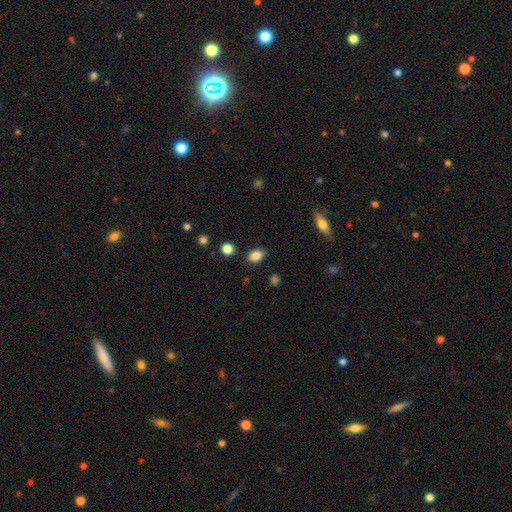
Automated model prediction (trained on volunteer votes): smooth-or-featured: smooth: 86% | star or artifact: 9% | featured or disk: 4%
  how-rounded: in between: 82% | round: 16% | cigar-shaped: 2%
  merging: none: 86% | minor disturbance: 9% | major disturbance: 2% | merger: 2%